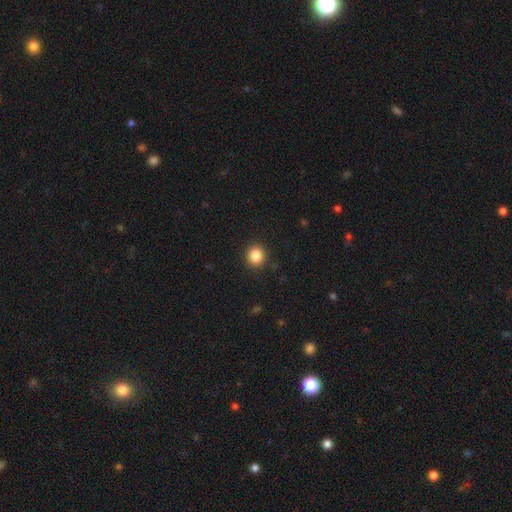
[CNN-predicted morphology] Smooth or featured: smooth — 85% (star or artifact — 11%)
How rounded: round — 87% (in between — 12%)
Merging: none — 91% (minor disturbance — 6%)